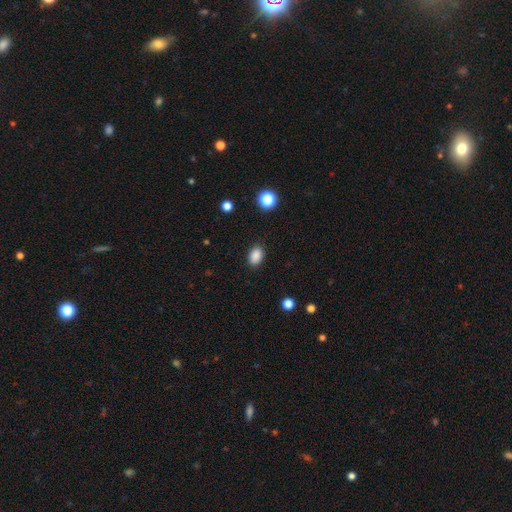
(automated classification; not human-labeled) smooth-or-featured: smooth: 87% | star or artifact: 10% | featured or disk: 3%
  how-rounded: in between: 78% | round: 21% | cigar-shaped: 1%
  merging: none: 87% | minor disturbance: 9% | major disturbance: 3% | merger: 1%